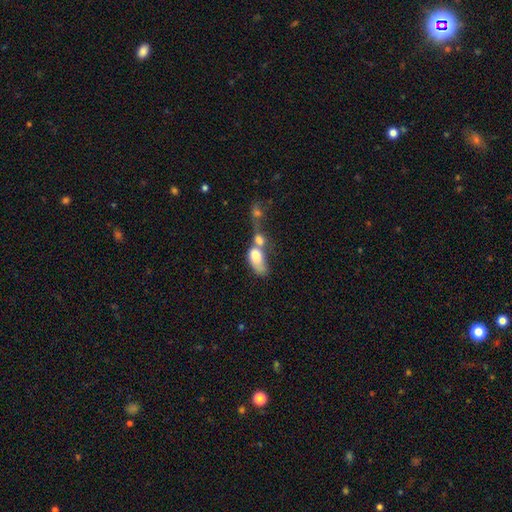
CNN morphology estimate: type=smooth (69%); roundness=in between (83%); merging=merger (73%).